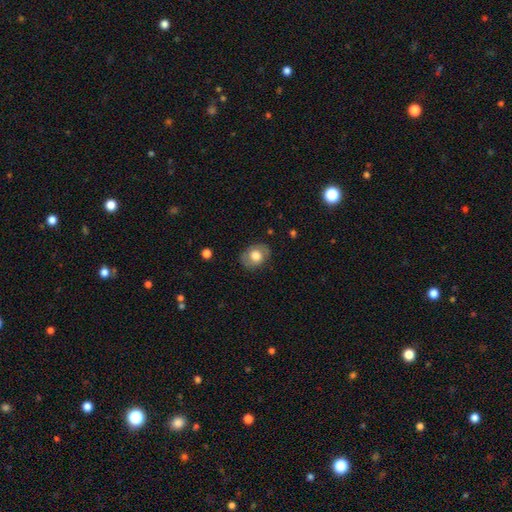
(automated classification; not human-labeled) Overall: smooth (69%). How rounded: in between (58%; round 41%). Merging: none (80%).